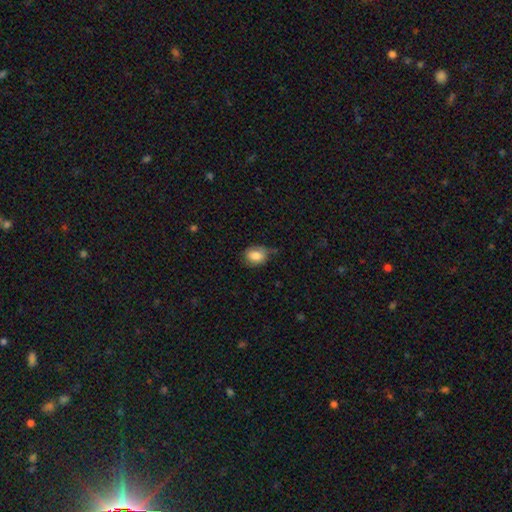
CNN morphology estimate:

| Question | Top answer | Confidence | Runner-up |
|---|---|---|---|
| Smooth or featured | smooth | 83% | featured or disk (9%) |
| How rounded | in between | 65% | round (34%) |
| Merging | none | 59% | minor disturbance (31%) |